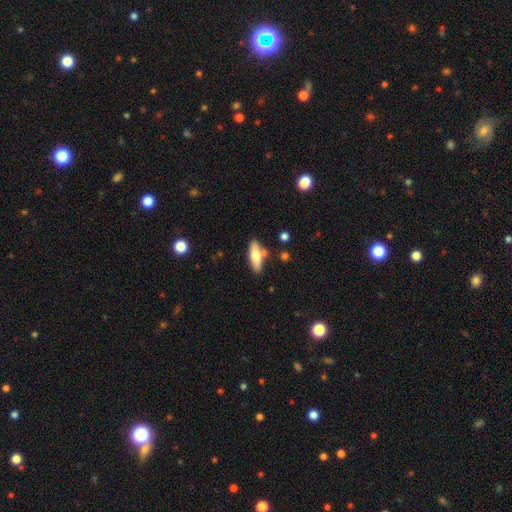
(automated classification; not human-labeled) Smooth or featured: smooth — 62% (featured or disk — 32%)
How rounded: in between — 58% (cigar-shaped — 39%)
Merging: none — 72% (minor disturbance — 15%)